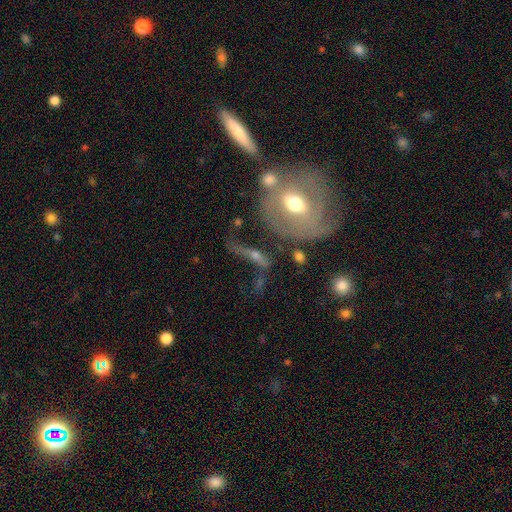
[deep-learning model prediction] Q: Smooth or featured?
A: featured or disk (62%); runner-up: smooth (26%)
Q: Edge-on disk?
A: yes (51%); runner-up: no (49%)
Q: Merging?
A: none (50%); runner-up: minor disturbance (18%)